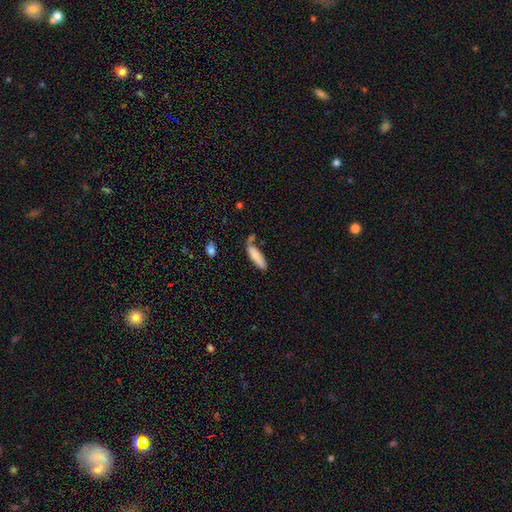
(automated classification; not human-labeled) A smooth galaxy with no disk features (82%) that is cigar-shaped (63%). Merging: none (62%).